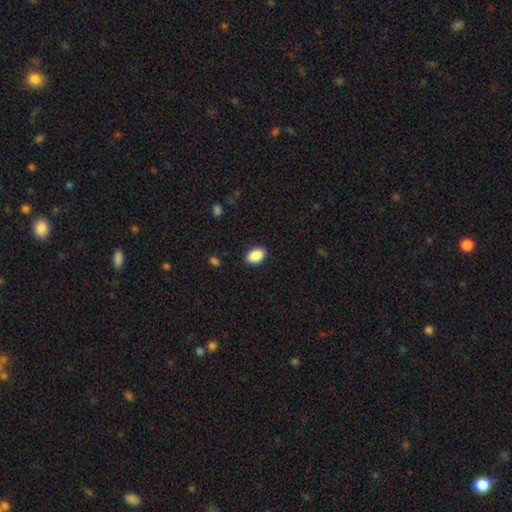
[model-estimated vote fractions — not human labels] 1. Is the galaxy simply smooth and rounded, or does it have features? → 89% smooth, 7% star or artifact, 4% featured or disk.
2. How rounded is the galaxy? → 90% in between, 9% round, 1% cigar-shaped.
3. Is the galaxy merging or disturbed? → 89% none, 8% minor disturbance, 2% major disturbance, 1% merger.